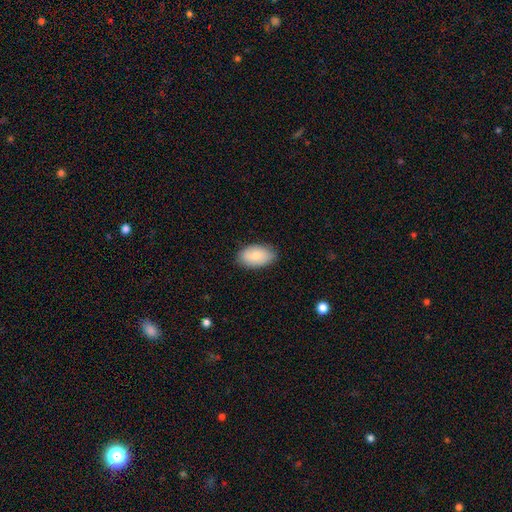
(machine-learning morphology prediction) Smooth or featured?
  - smooth: 81% *
  - featured or disk: 12%
  - star or artifact: 6%
How rounded?
  - in between: 93% *
  - round: 5%
  - cigar-shaped: 2%
Merging?
  - none: 82% *
  - minor disturbance: 14%
  - major disturbance: 2%
  - merger: 1%